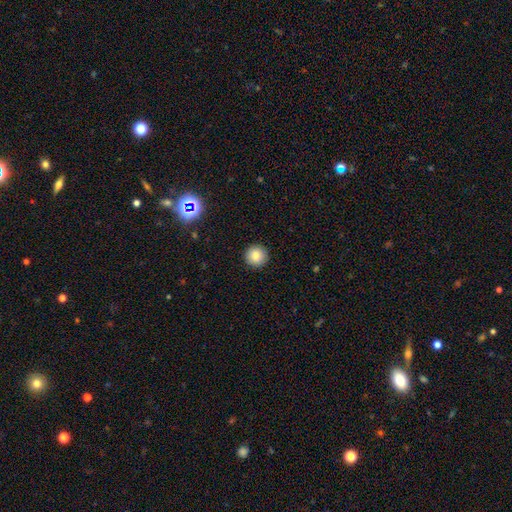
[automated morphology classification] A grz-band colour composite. It shows a smooth galaxy with no disk features (86%) that is round (95%). Merging: none (93%).